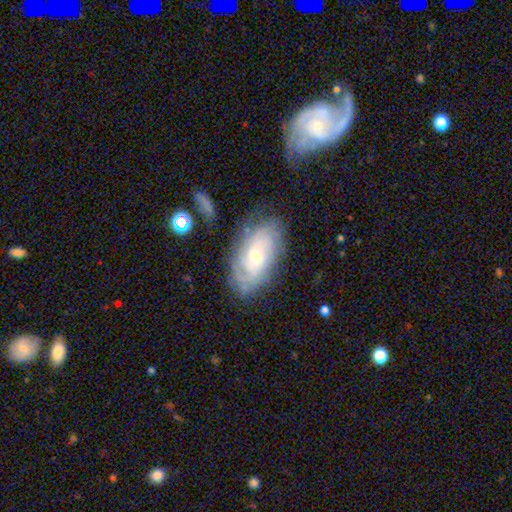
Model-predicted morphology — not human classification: Overall: featured or disk (74%). Edge-on disk: no (94%). Bar: no (72%). Spiral arms: yes (89%). Spiral arm count: can't tell (51%; 2 17%). Spiral winding: tight (67%). Bulge size: small (58%; moderate 37%). Merging: none (73%).